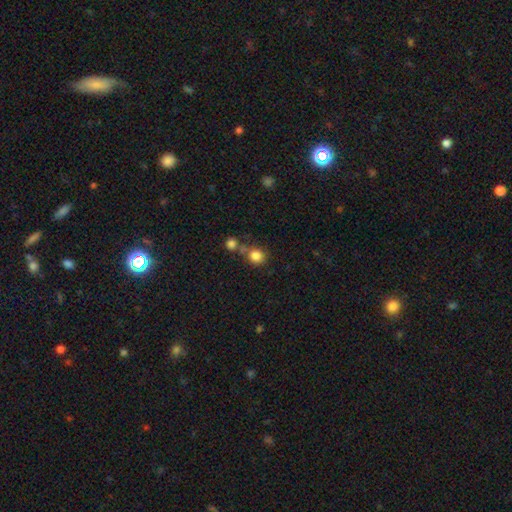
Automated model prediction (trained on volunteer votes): This is clearly a smooth galaxy (83%). How rounded: clearly round (82%). Merging: possibly none (58%).